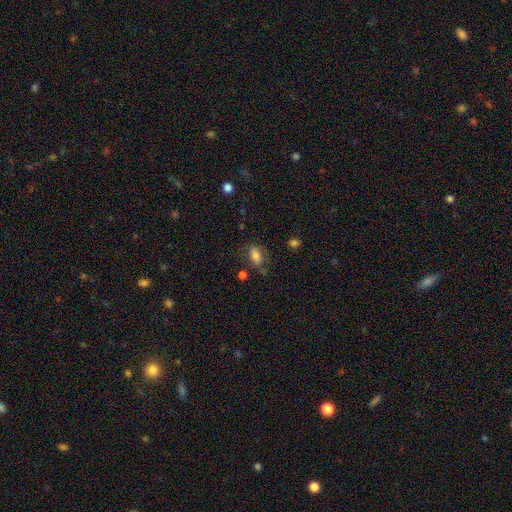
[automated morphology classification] A smooth galaxy with no disk features (76%) that is in between round and cigar-shaped (85%). Merging: none (57%).